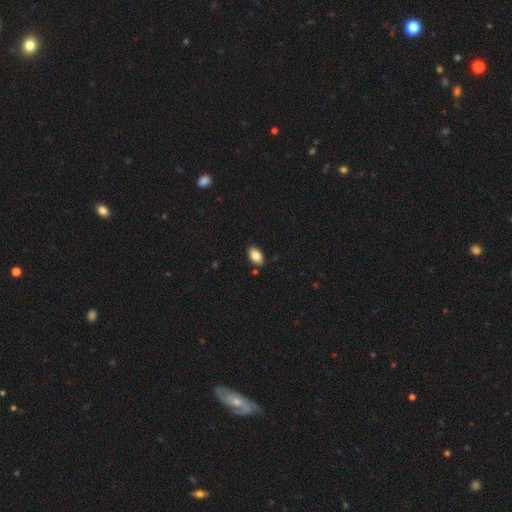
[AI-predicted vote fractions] A smooth galaxy with no disk features (84%) that is in between round and cigar-shaped (94%).

Vote fractions:
- Smooth or featured? smooth: 84% / featured or disk: 9% / star or artifact: 7%
- How rounded? in between: 94% / round: 5% / cigar-shaped: 2%
- Merging? none: 87% / minor disturbance: 9% / merger: 2% / major disturbance: 2%